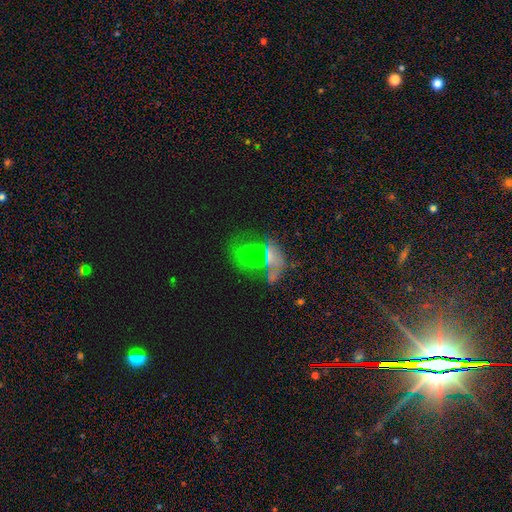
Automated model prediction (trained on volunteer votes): A smooth galaxy with no disk features (43%).

Vote fractions:
- Smooth or featured? smooth: 43% / featured or disk: 30% / star or artifact: 27%
- Merging? merger: 36% / none: 32% / minor disturbance: 16% / major disturbance: 15%